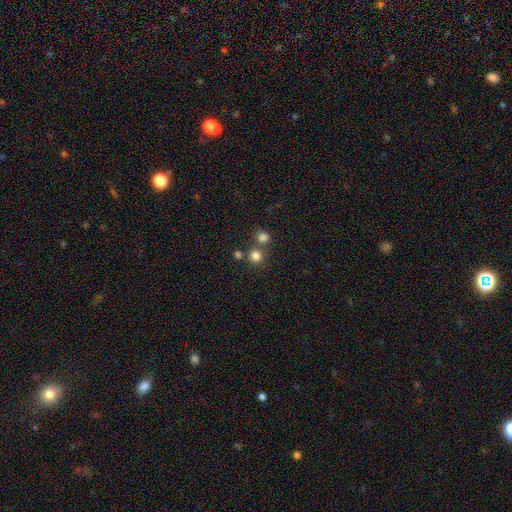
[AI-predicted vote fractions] Overall: smooth (80%). How rounded: round (92%). Merging: none (70%).